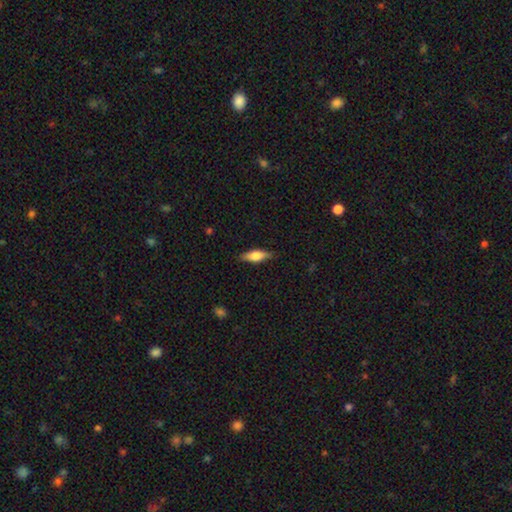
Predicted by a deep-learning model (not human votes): Smooth or featured: smooth — 60% (featured or disk — 33%)
How rounded: in between — 55% (cigar-shaped — 42%)
Merging: none — 86% (minor disturbance — 11%)